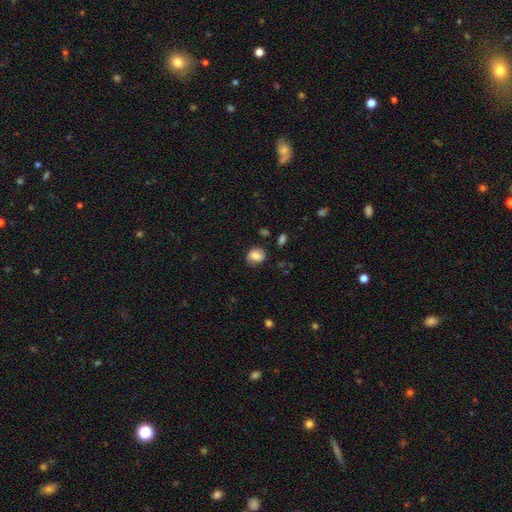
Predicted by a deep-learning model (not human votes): This is likely a smooth galaxy (69%). How rounded: possibly in between (51%). Merging: likely none (67%).